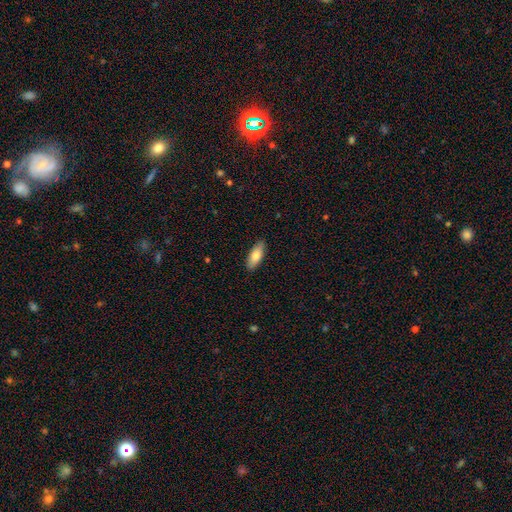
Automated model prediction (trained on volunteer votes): Smooth or featured?
  - smooth: 79% *
  - featured or disk: 16%
  - star or artifact: 6%
How rounded?
  - in between: 72% *
  - cigar-shaped: 27%
  - round: 2%
Merging?
  - none: 88% *
  - minor disturbance: 9%
  - major disturbance: 2%
  - merger: 1%